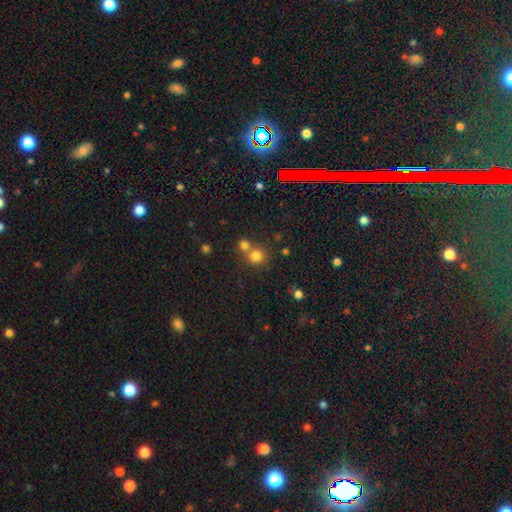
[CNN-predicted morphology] smooth-or-featured: smooth: 77% | star or artifact: 16% | featured or disk: 7%
  how-rounded: round: 88% | in between: 11% | cigar-shaped: 1%
  merging: none: 53% | merger: 39% | minor disturbance: 6% | major disturbance: 3%